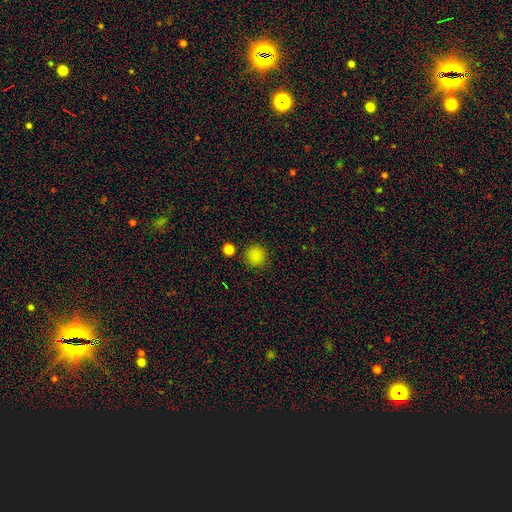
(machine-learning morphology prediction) smooth 85%, star or artifact 13%, featured or disk 3%. Down the decision tree: how rounded — round (92%); merging — none (87%).